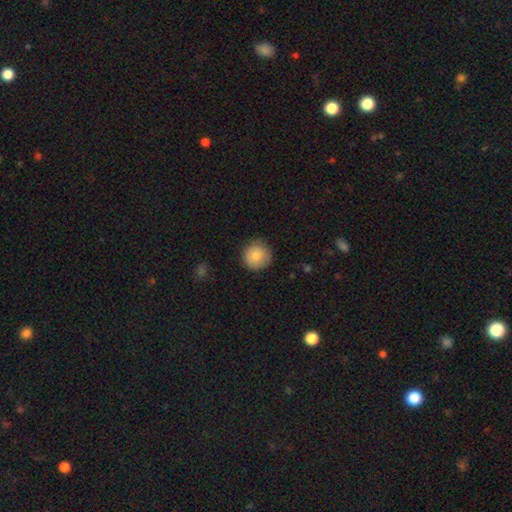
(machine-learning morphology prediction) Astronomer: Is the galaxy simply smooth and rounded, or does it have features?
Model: smooth — 86%.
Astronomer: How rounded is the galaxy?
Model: round — 94%.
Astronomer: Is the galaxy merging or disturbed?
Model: none — 82%.